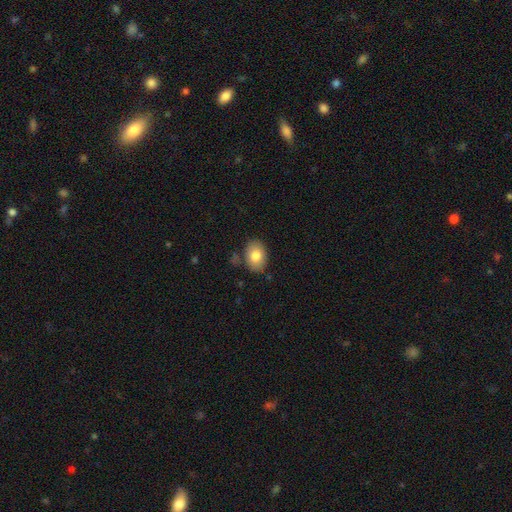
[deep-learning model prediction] Smooth or featured: smooth — 80% (featured or disk — 13%)
How rounded: in between — 79% (round — 20%)
Merging: none — 82% (minor disturbance — 12%)